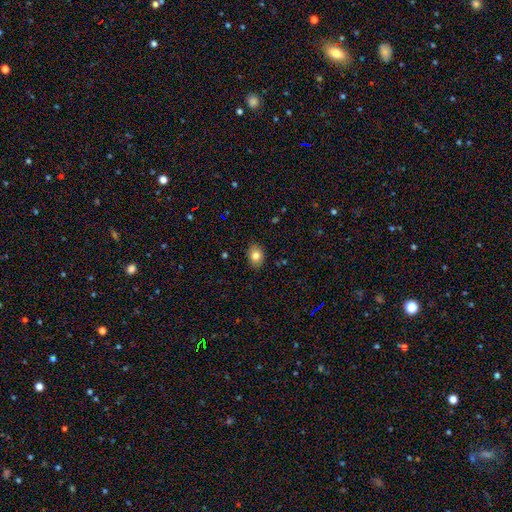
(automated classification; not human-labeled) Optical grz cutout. It shows a smooth galaxy with no disk features (82%) that is in between round and cigar-shaped (63%). Merging: none (87%).